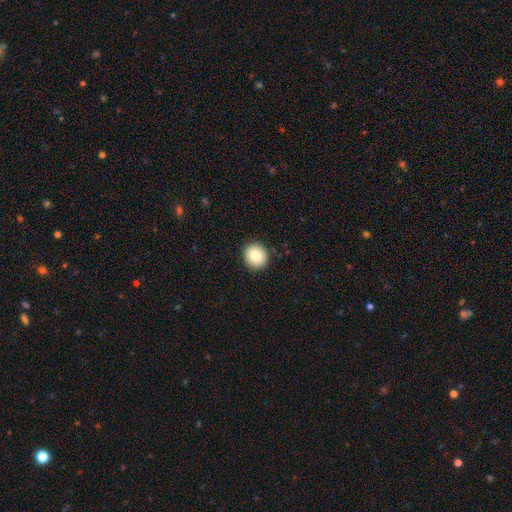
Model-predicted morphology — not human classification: smooth 83%, featured or disk 9%, star or artifact 8%. Down the decision tree: how rounded — round (84%); merging — none (90%).